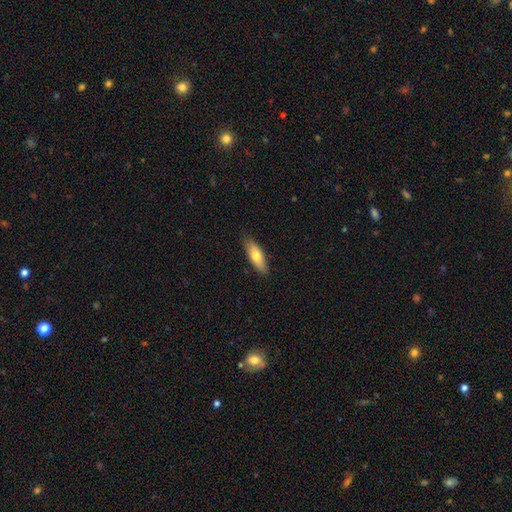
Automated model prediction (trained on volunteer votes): Overall: smooth (69%). How rounded: in between (58%; cigar-shaped 39%). Merging: none (85%).